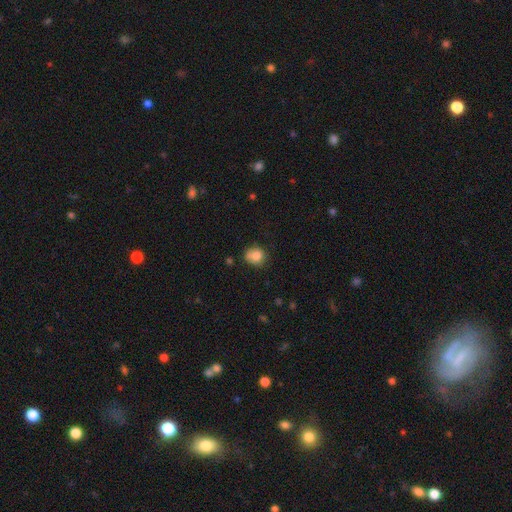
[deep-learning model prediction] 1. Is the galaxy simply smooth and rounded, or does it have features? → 80% smooth, 10% star or artifact, 10% featured or disk.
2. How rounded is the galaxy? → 72% round, 27% in between, 1% cigar-shaped.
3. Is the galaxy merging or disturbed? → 57% none, 26% minor disturbance, 11% merger, 7% major disturbance.